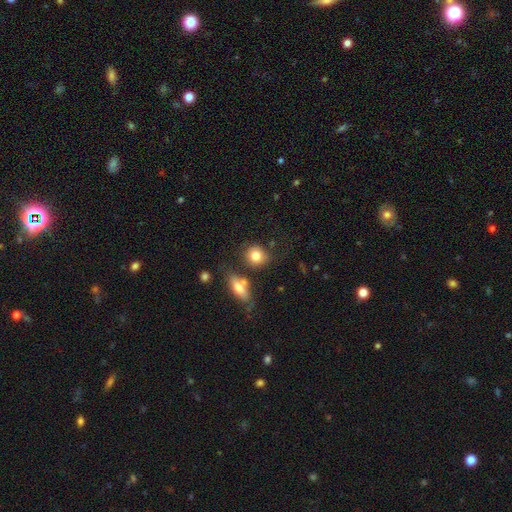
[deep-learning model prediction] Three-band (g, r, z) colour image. It shows a smooth galaxy with no disk features (81%) that is round (77%). Merging: none (68%).